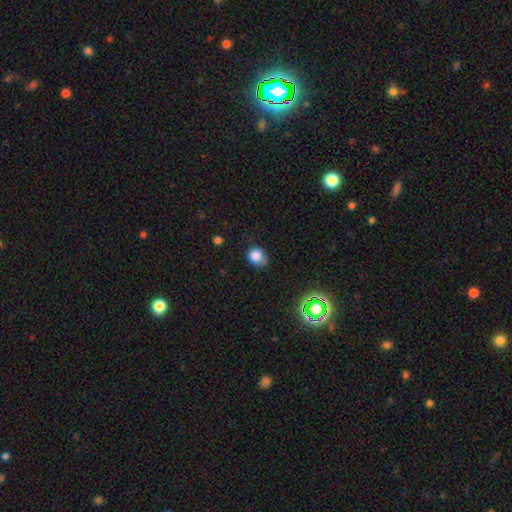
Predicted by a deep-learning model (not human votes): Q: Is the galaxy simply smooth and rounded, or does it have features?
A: smooth — 82%.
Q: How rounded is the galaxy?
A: round — 71%.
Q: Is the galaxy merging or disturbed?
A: none — 51%.